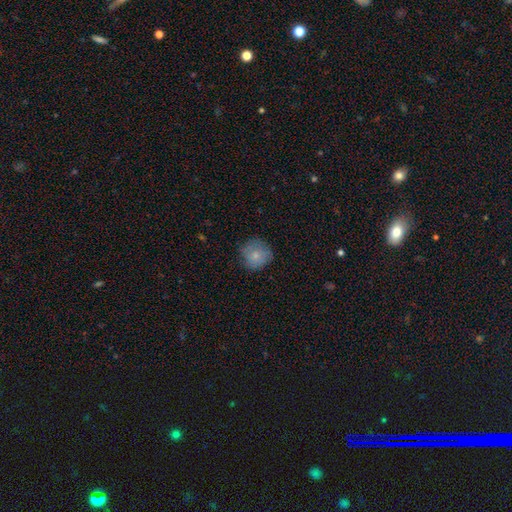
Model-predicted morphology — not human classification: A smooth galaxy with no disk features (79%) that is round (90%). Merging: none (75%).